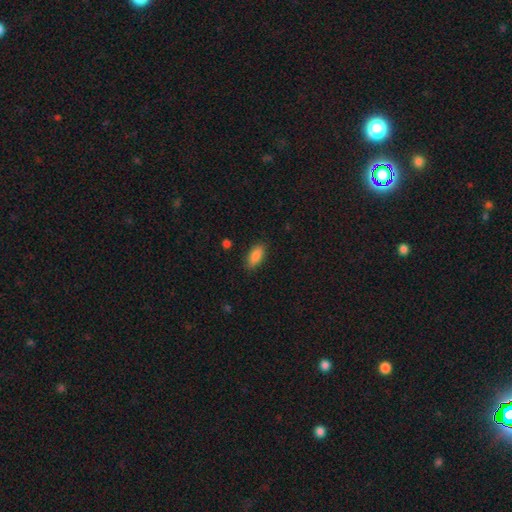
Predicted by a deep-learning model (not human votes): A smooth galaxy with no disk features (87%) that is in between round and cigar-shaped (86%). Merging: none (86%).